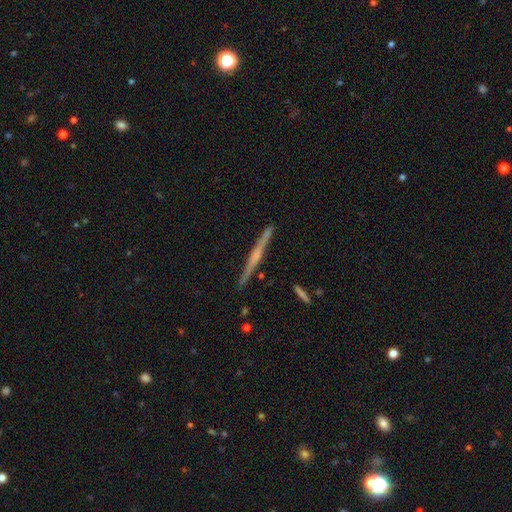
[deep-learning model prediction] smooth-or-featured: featured or disk: 72% | smooth: 22% | star or artifact: 6%
  disk-edge-on: yes: 98% | no: 2%
    edge-on-bulge: rounded: 50% | none: 31% | boxy: 19%
  merging: none: 89% | minor disturbance: 7% | merger: 2% | major disturbance: 2%